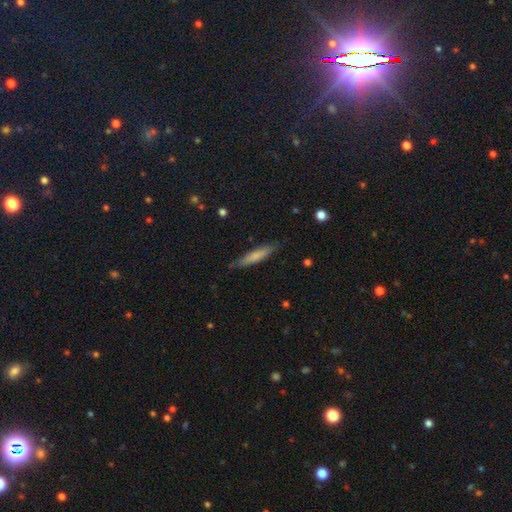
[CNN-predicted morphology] This appears to be a smooth galaxy with no disk features (72%) that is cigar-shaped (87%). Merging: none (83%).